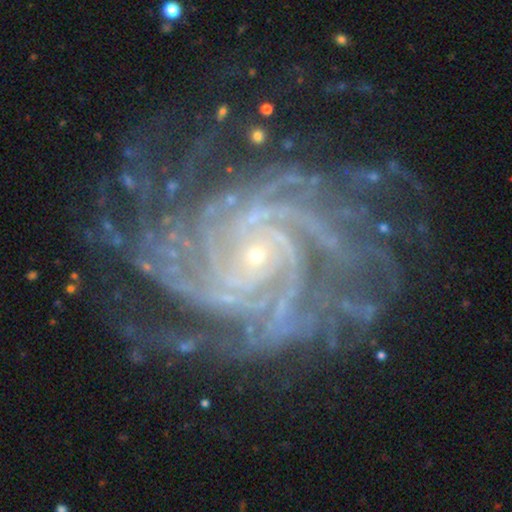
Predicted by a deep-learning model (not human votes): Smooth or featured?
  - featured or disk: 92% *
  - star or artifact: 5%
  - smooth: 2%
Edge-on disk?
  - no: 98% *
  - yes: 2%
Bar?
  - no: 66% *
  - weak: 23%
  - strong: 11%
Spiral arms?
  - yes: 99% *
  - no: 1%
Spiral winding?
  - tight: 74% *
  - medium: 22%
  - loose: 4%
Spiral arm count?
  - more than 4: 31% *
  - 4: 21%
  - can't tell: 15%
  - 3: 13%
  - 2: 12%
  - 1: 9%
Bulge size?
  - small: 88% *
  - moderate: 8%
  - none: 2%
  - large: 1%
  - dominant: 1%
Merging?
  - none: 71% *
  - minor disturbance: 17%
  - major disturbance: 10%
  - merger: 2%